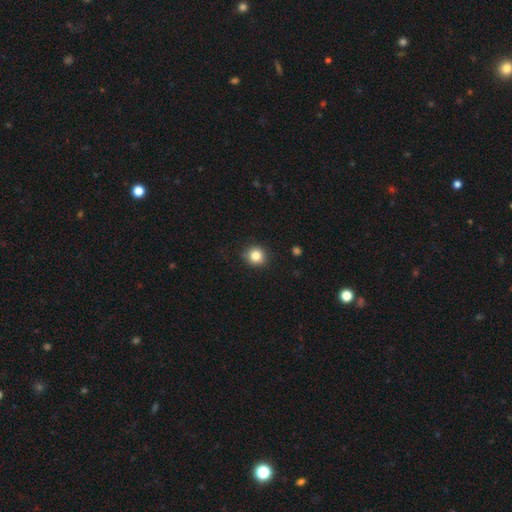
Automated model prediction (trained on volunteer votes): Q: Smooth or featured?
A: smooth (83%); runner-up: star or artifact (11%)
Q: How rounded?
A: round (89%); runner-up: in between (10%)
Q: Merging?
A: none (87%); runner-up: minor disturbance (9%)